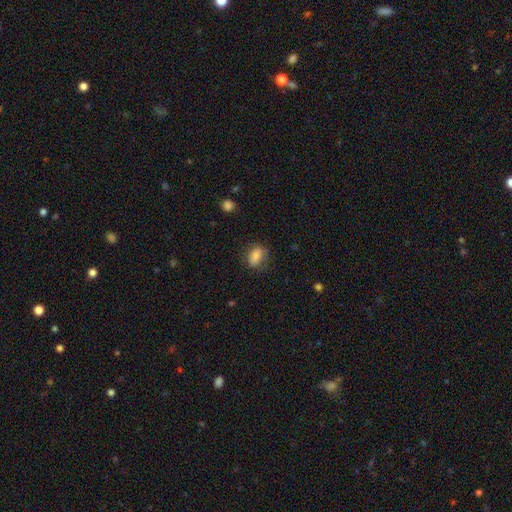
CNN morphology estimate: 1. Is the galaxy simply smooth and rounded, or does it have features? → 81% smooth, 11% featured or disk, 8% star or artifact.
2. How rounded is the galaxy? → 80% in between, 14% round, 6% cigar-shaped.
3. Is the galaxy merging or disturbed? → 77% none, 17% minor disturbance, 5% major disturbance, 1% merger.